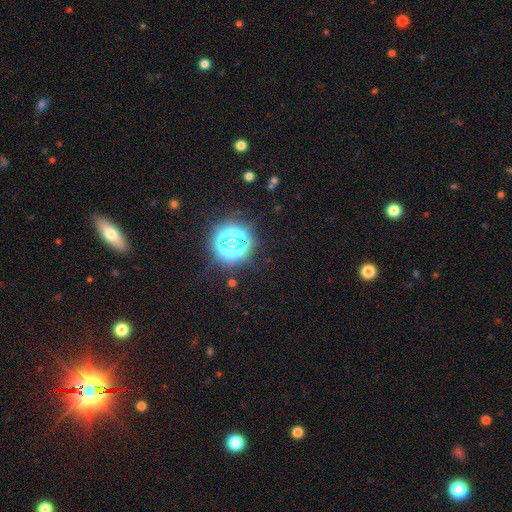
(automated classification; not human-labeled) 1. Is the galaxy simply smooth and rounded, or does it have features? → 77% star or artifact, 15% smooth, 7% featured or disk.